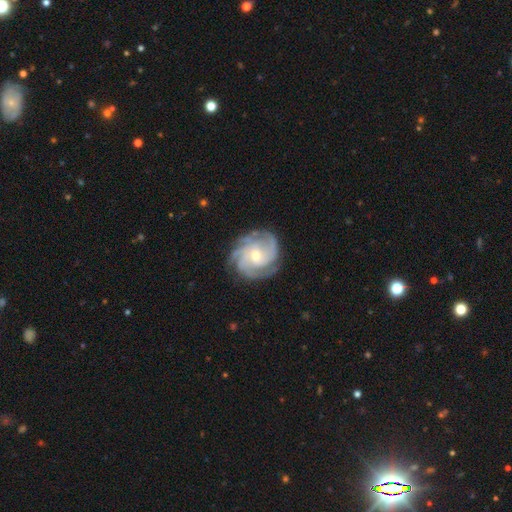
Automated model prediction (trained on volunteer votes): smooth_or_featured: featured or disk (p=0.90) [alt: smooth p=0.06]
disk_edge_on: no (p=0.98) [alt: yes p=0.02]
bar: no (p=0.67) [alt: weak p=0.27]
has_spiral_arms: yes (p=0.98) [alt: no p=0.02]
spiral_winding: tight (p=0.64) [alt: medium p=0.31]
spiral_arm_count: 4 (p=0.36) [alt: 3 p=0.31]
bulge_size: small (p=0.53) [alt: moderate p=0.43]
merging: none (p=0.80) [alt: minor disturbance p=0.15]